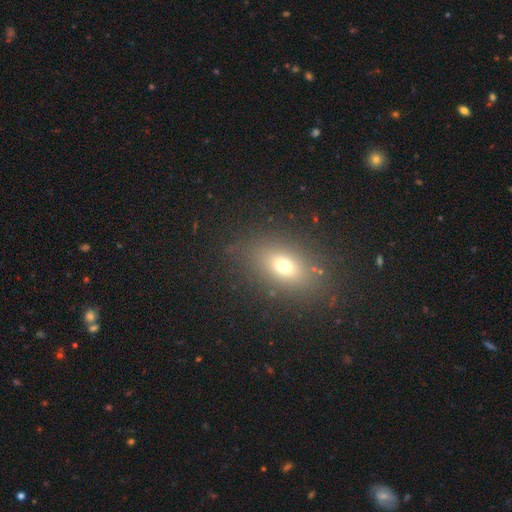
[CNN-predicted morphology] The model was most divided on "smooth or featured": smooth: 61%, star or artifact: 21%, featured or disk: 18%. More confident: merging — none (87%); how rounded — in between (72%).